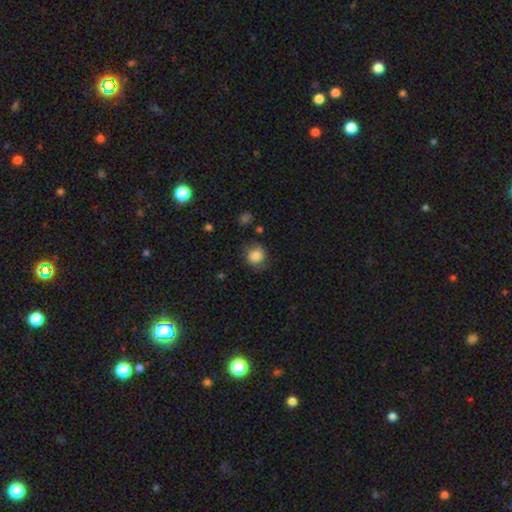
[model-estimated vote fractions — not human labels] A smooth galaxy with no disk features (83%) that is round (84%). Merging: none (72%).